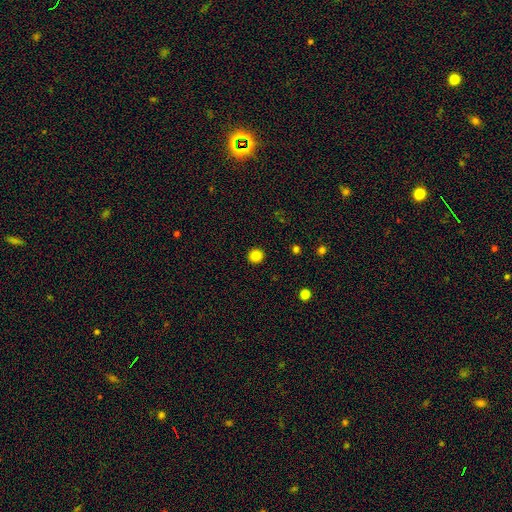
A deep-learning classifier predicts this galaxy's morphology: Q: Smooth or featured?
A: smooth (86%); runner-up: star or artifact (11%)
Q: How rounded?
A: round (93%); runner-up: in between (6%)
Q: Merging?
A: none (93%); runner-up: minor disturbance (5%)